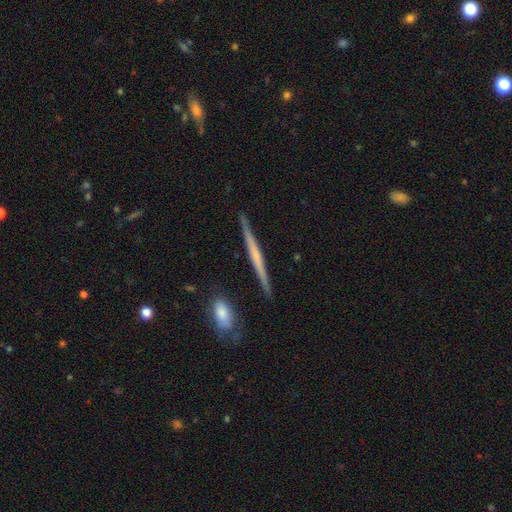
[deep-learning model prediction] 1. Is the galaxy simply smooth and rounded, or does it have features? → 60% featured or disk, 35% smooth, 5% star or artifact.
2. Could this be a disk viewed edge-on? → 97% yes, 3% no.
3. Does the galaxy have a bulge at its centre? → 75% none, 16% rounded, 8% boxy.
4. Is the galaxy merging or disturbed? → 89% none, 8% minor disturbance, 2% merger, 2% major disturbance.